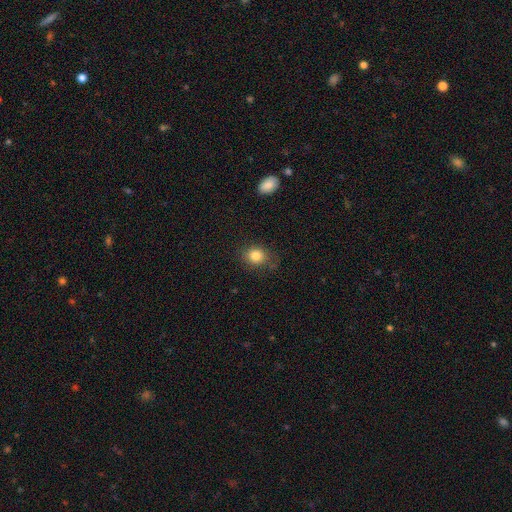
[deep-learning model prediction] The model was most divided on "how rounded": round: 67%, in between: 32%, cigar-shaped: 1%. More confident: smooth or featured — smooth (83%); merging — none (76%).